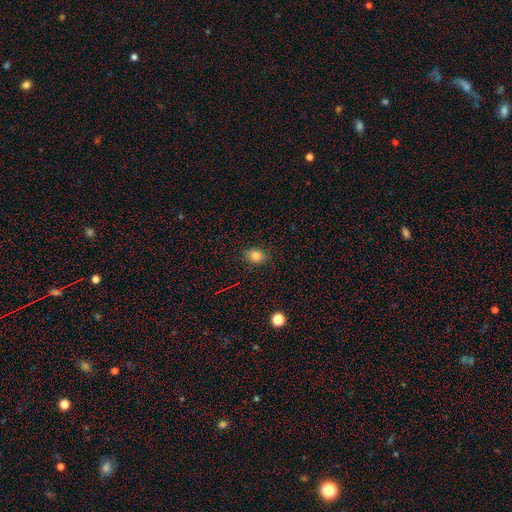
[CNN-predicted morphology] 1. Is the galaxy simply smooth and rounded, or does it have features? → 80% smooth, 13% star or artifact, 6% featured or disk.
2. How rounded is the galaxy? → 53% round, 45% in between, 1% cigar-shaped.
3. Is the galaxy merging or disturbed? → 85% none, 11% minor disturbance, 3% major disturbance, 1% merger.